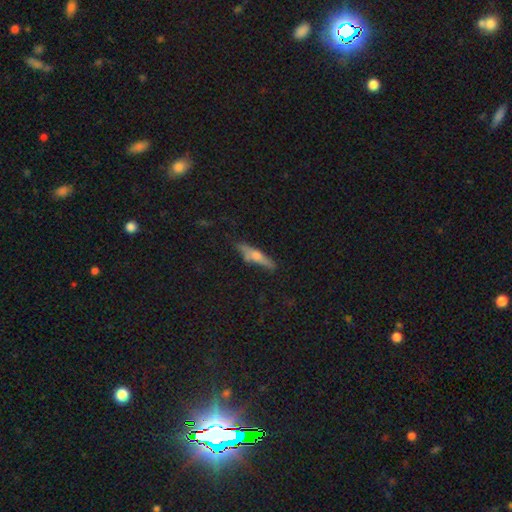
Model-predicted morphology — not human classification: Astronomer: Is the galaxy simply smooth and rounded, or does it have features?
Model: featured or disk — 46% (runner-up: smooth, 45%).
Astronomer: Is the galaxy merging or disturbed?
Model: none — 75%.